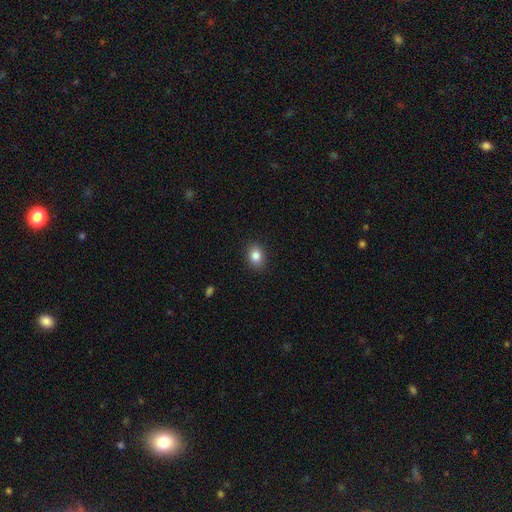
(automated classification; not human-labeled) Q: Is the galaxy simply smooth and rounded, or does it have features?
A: smooth — 84%.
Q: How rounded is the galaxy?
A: in between — 61%.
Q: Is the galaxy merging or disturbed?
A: none — 89%.